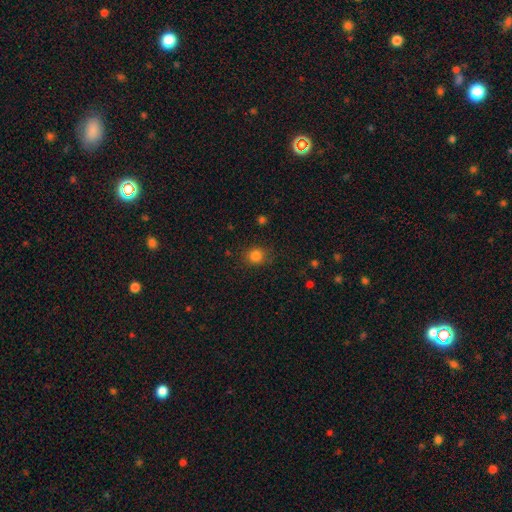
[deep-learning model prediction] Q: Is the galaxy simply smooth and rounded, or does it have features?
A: smooth — 83%.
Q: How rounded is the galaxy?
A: round — 80%.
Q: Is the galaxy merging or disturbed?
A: none — 85%.